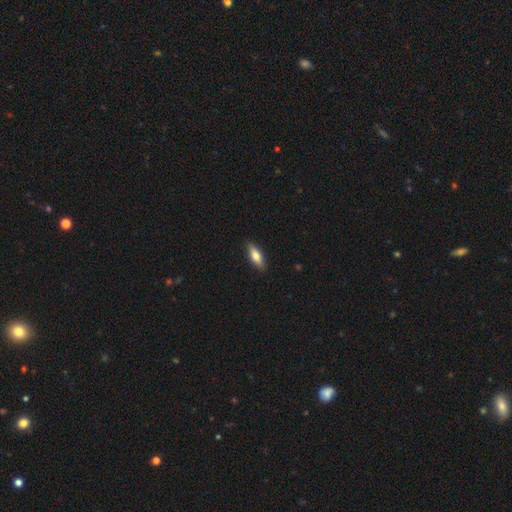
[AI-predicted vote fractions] Overall: smooth (77%). How rounded: in between (62%; cigar-shaped 36%). Merging: none (88%).